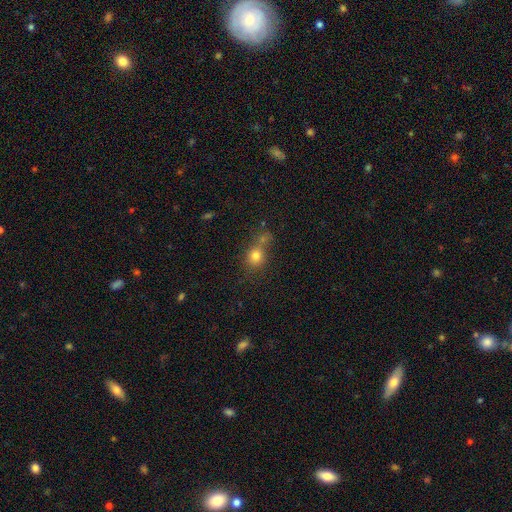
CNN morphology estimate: type=smooth (76%); roundness=round (75%); merging=none (45%).